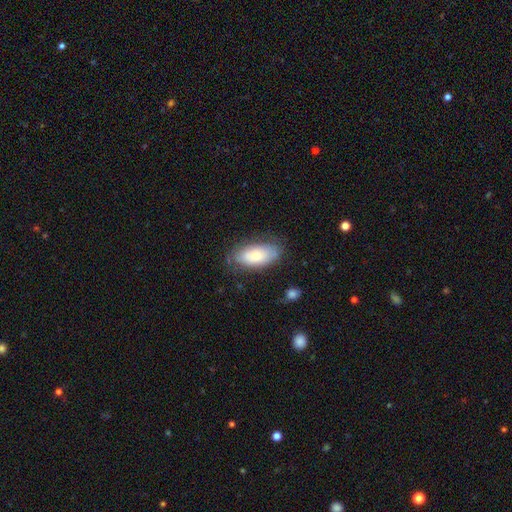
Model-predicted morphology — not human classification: Smooth or featured?
  - smooth: 67% *
  - featured or disk: 26%
  - star or artifact: 7%
How rounded?
  - in between: 91% *
  - cigar-shaped: 6%
  - round: 3%
Merging?
  - none: 72% *
  - minor disturbance: 20%
  - major disturbance: 5%
  - merger: 2%